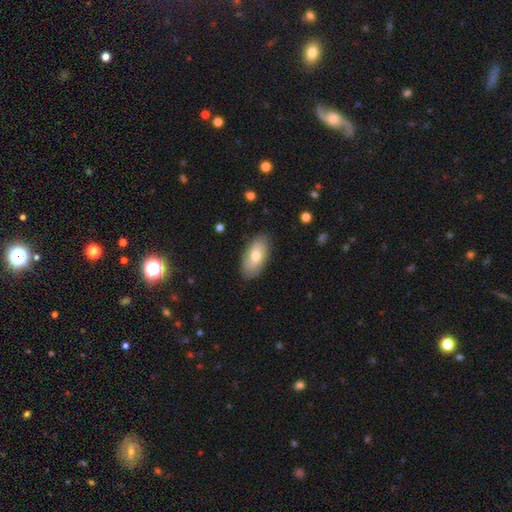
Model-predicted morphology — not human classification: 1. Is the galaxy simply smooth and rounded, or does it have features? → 67% smooth, 27% featured or disk, 6% star or artifact.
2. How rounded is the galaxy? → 92% in between, 4% cigar-shaped, 4% round.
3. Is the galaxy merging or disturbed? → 85% none, 11% minor disturbance, 2% major disturbance, 1% merger.